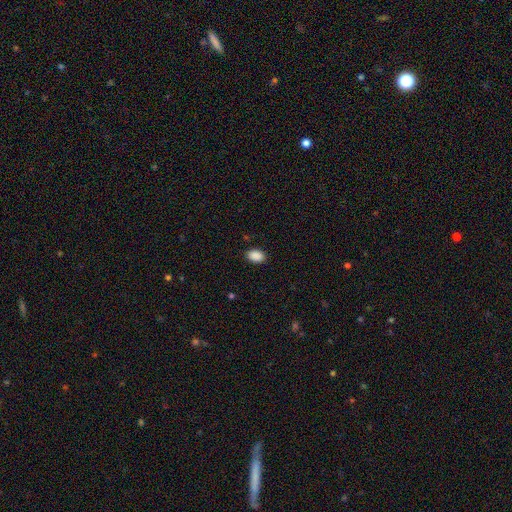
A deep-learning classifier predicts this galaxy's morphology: Smooth or featured? Predicted: smooth (p=0.90). How rounded? Predicted: in between (p=0.85). Merging? Predicted: none (p=0.88).